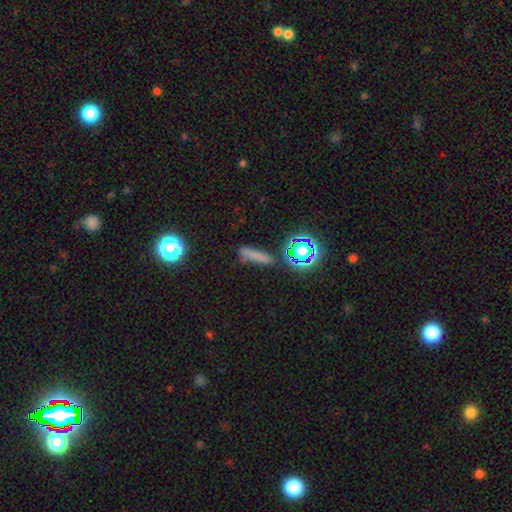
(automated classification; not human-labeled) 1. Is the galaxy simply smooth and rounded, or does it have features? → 67% smooth, 21% star or artifact, 12% featured or disk.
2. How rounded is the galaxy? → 82% cigar-shaped, 12% in between, 6% round.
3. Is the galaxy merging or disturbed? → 75% none, 15% minor disturbance, 5% merger, 5% major disturbance.